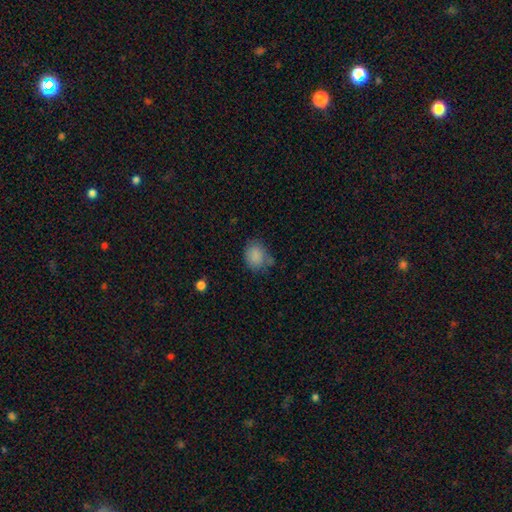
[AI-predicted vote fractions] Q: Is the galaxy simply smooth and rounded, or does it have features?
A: smooth — 85%.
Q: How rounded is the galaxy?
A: round — 50%.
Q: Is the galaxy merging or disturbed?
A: none — 63%.